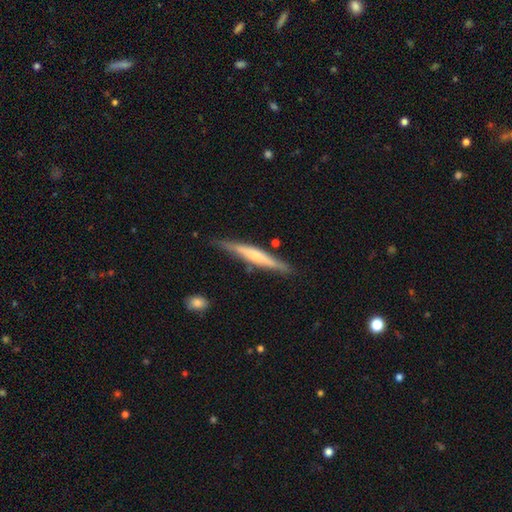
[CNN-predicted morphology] The model was most divided on "smooth or featured": featured or disk: 55%, smooth: 39%, star or artifact: 6%. More confident: edge-on disk — yes (95%); merging — none (80%); edge-on bulge — rounded (51%).